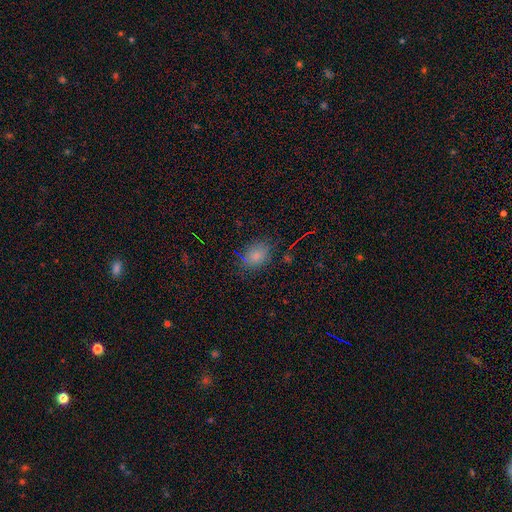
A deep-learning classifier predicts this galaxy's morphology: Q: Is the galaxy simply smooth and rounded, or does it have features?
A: smooth — 77%.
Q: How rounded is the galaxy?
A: in between — 68%.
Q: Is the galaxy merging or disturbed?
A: none — 77%.